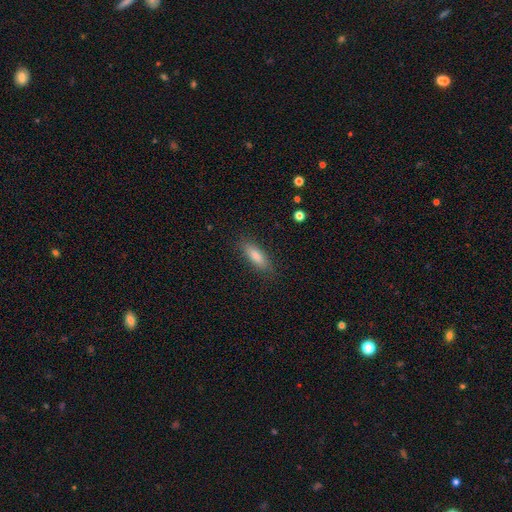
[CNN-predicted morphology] This is clearly a smooth galaxy (80%). How rounded: possibly in between (53%). Merging: clearly none (86%).